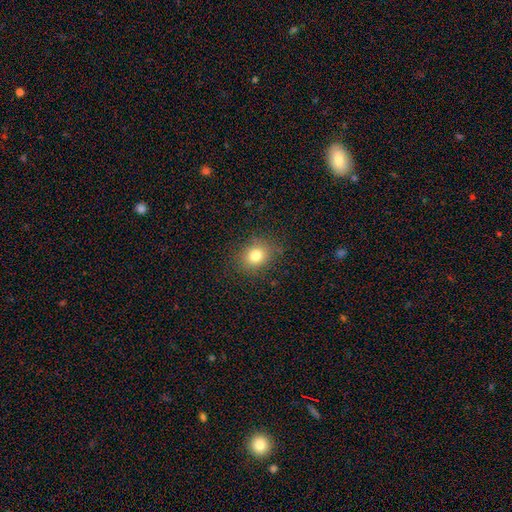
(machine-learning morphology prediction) Overall: smooth (79%). How rounded: round (61%; in between 38%). Merging: none (85%).